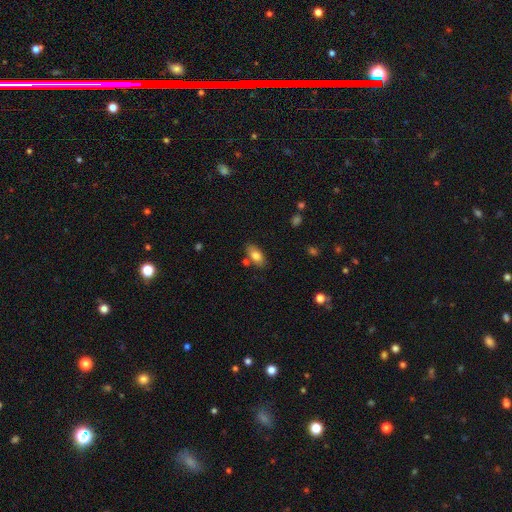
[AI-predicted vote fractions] A smooth galaxy with no disk features (80%) that is in between round and cigar-shaped (91%). Merging: none (78%).